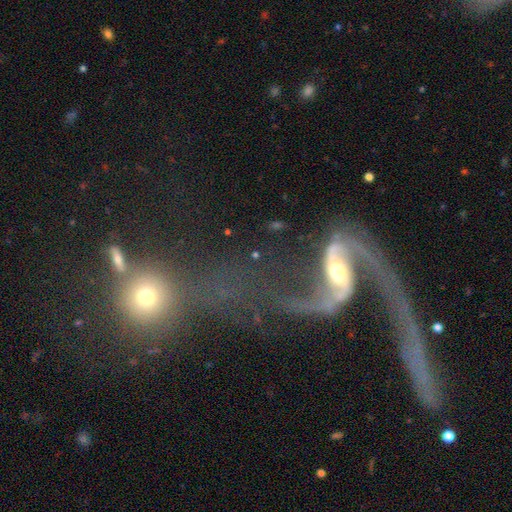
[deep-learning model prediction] featured or disk 67%, smooth 19%, star or artifact 14%. Down the decision tree: edge-on disk — no (92%); bar — weak (37%); spiral arms — yes (83%); spiral arm count — 2 (83%); spiral winding — loose (79%); bulge size — moderate (53%); merging — none (39%).